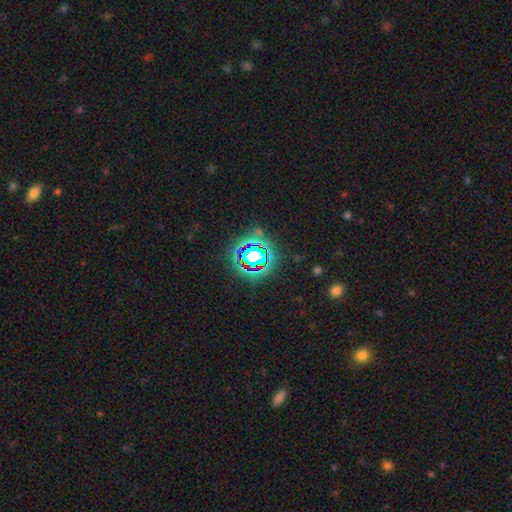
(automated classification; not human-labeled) smooth-or-featured: star or artifact: 78% | smooth: 14% | featured or disk: 8%